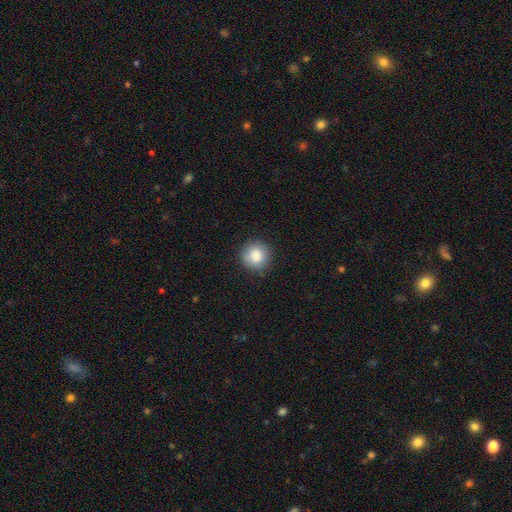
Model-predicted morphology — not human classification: Smooth or featured: smooth — 86% (star or artifact — 8%)
How rounded: round — 92% (in between — 7%)
Merging: none — 85% (minor disturbance — 11%)